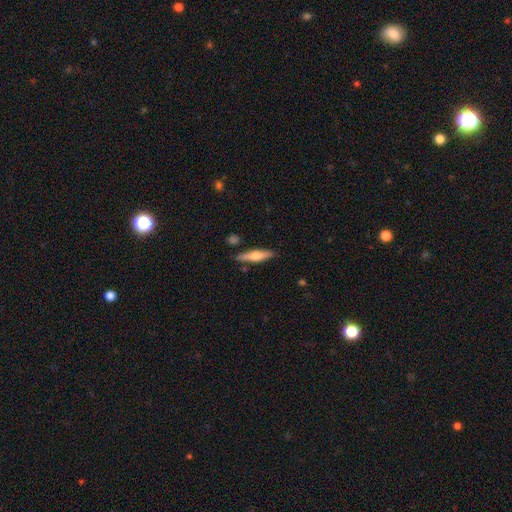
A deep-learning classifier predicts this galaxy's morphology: type=smooth (54%); roundness=cigar-shaped (81%); merging=none (85%).